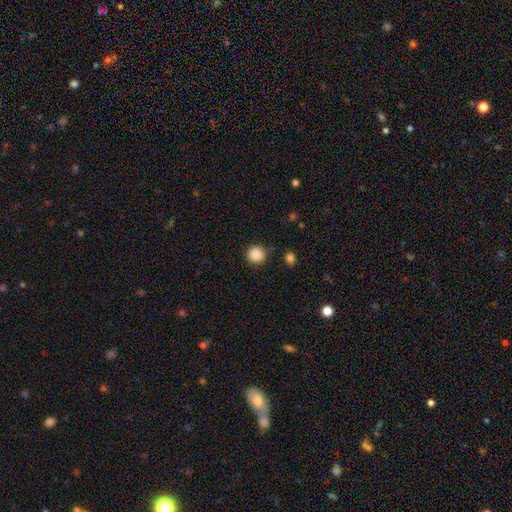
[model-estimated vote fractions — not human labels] Smooth or featured?
  - smooth: 88% *
  - star or artifact: 10%
  - featured or disk: 3%
How rounded?
  - round: 93% *
  - in between: 6%
  - cigar-shaped: 1%
Merging?
  - none: 88% *
  - minor disturbance: 7%
  - major disturbance: 3%
  - merger: 2%